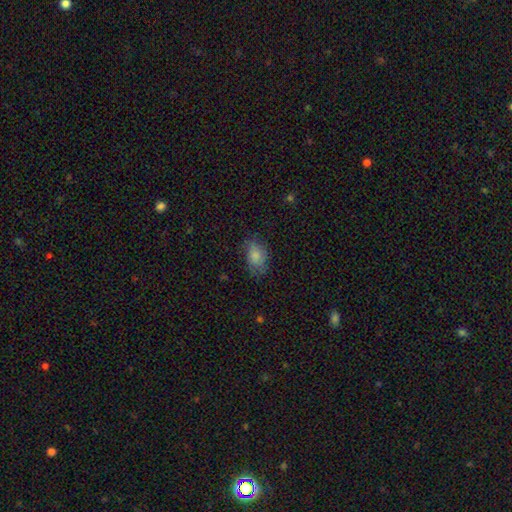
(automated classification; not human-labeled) Smooth or featured? Predicted: smooth (p=0.81). How rounded? Predicted: in between (p=0.81). Merging? Predicted: none (p=0.66).